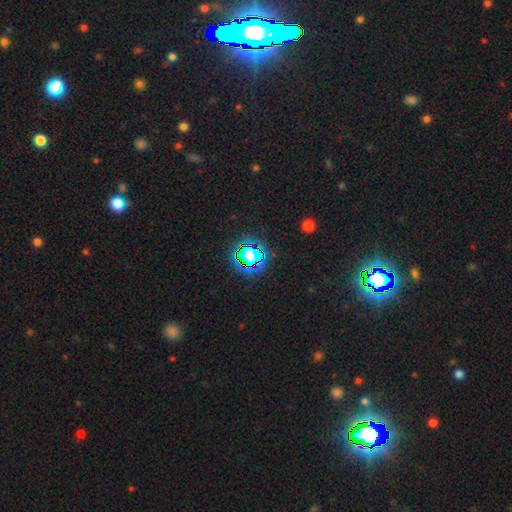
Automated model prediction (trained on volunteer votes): Smooth or featured: star or artifact — 80% (smooth — 13%)